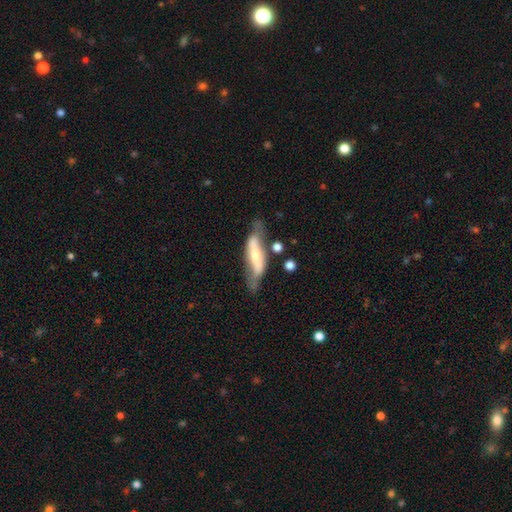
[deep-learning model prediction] Smooth or featured? featured or disk (61%)
Edge-on disk? no (58%)
Merging? none (52%)